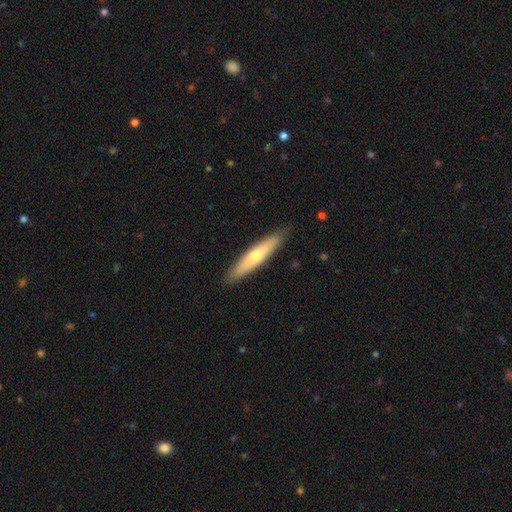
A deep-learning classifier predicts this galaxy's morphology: The model was most divided on "smooth or featured": smooth: 60%, featured or disk: 34%, star or artifact: 5%. More confident: merging — none (88%); how rounded — cigar-shaped (88%).